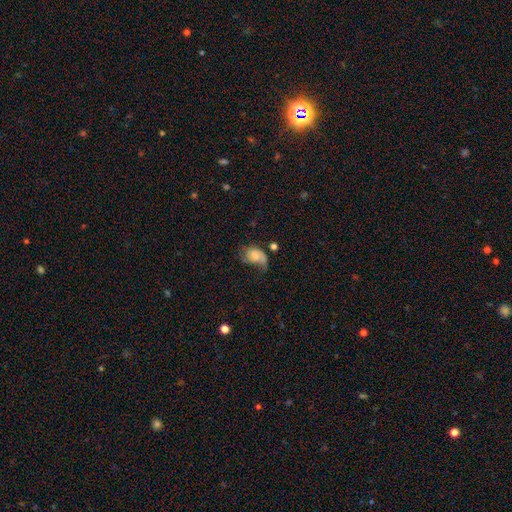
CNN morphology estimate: smooth-or-featured: smooth: 53% | featured or disk: 38% | star or artifact: 9%
  how-rounded: in between: 78% | round: 20% | cigar-shaped: 1%
  merging: major disturbance: 39% | minor disturbance: 30% | none: 26% | merger: 5%